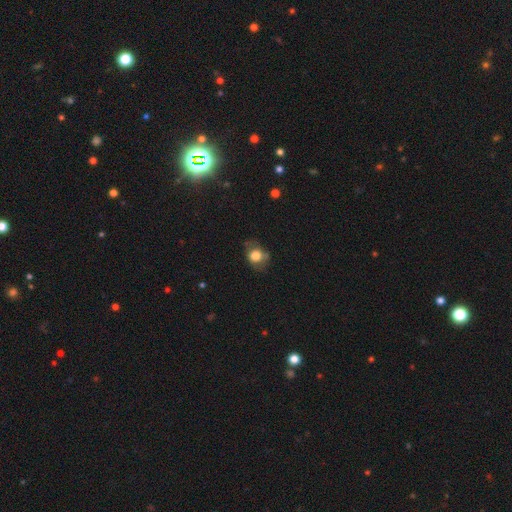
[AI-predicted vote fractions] Smooth or featured?
  - smooth: 72% *
  - featured or disk: 19%
  - star or artifact: 9%
How rounded?
  - round: 52% *
  - in between: 47%
  - cigar-shaped: 1%
Merging?
  - none: 61% *
  - minor disturbance: 26%
  - major disturbance: 12%
  - merger: 2%